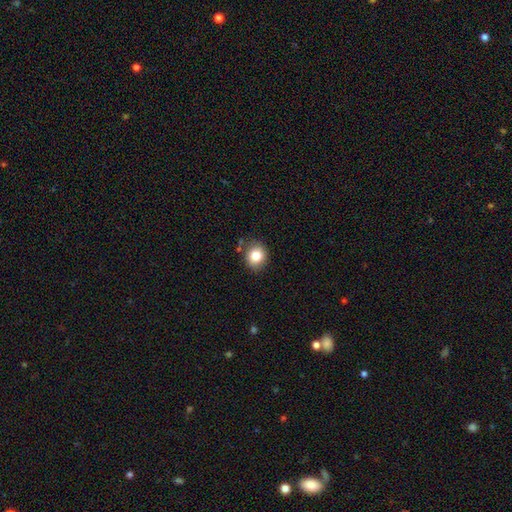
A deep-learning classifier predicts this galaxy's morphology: This is clearly a smooth galaxy (82%). How rounded: likely round (74%). Merging: clearly none (81%).